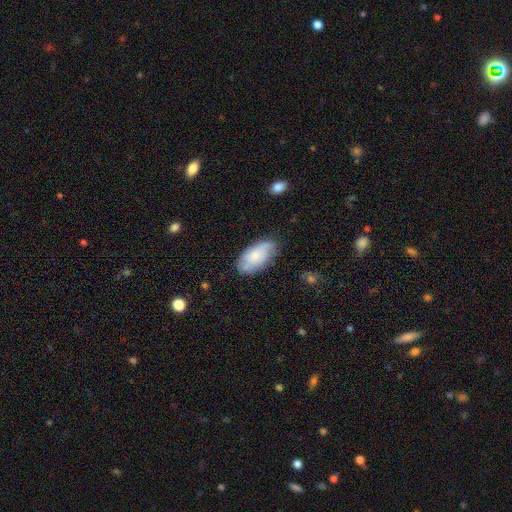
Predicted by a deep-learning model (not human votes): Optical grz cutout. It shows a smooth galaxy with no disk features (56%) that is in between round and cigar-shaped (93%). Merging: none (69%).